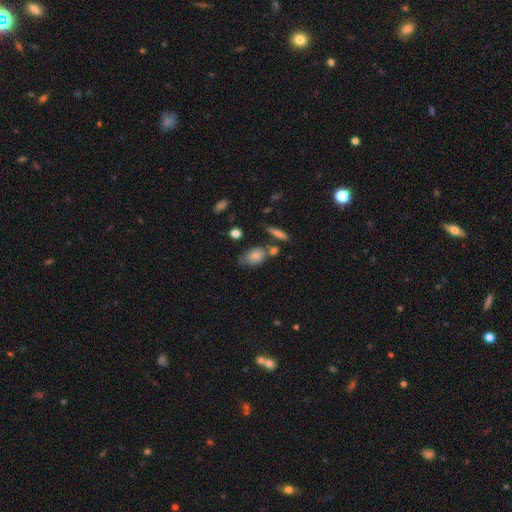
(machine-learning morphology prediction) The model was most divided on "merging": none: 49%, minor disturbance: 23%, merger: 19%, major disturbance: 9%. More confident: how rounded — in between (77%); smooth or featured — smooth (77%).